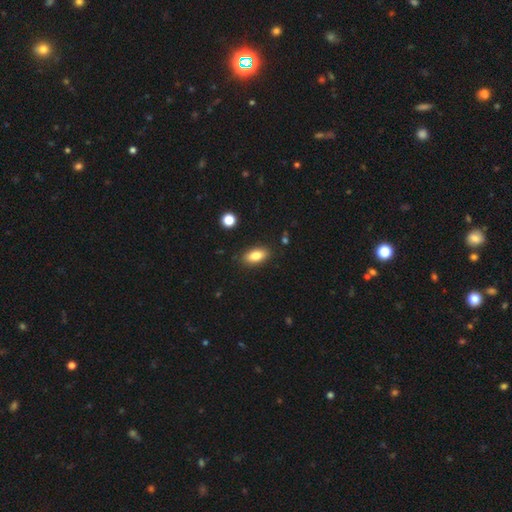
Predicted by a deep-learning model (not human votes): smooth-or-featured: smooth: 84% | featured or disk: 9% | star or artifact: 8%
  how-rounded: in between: 88% | cigar-shaped: 7% | round: 4%
  merging: none: 87% | minor disturbance: 9% | major disturbance: 2% | merger: 2%